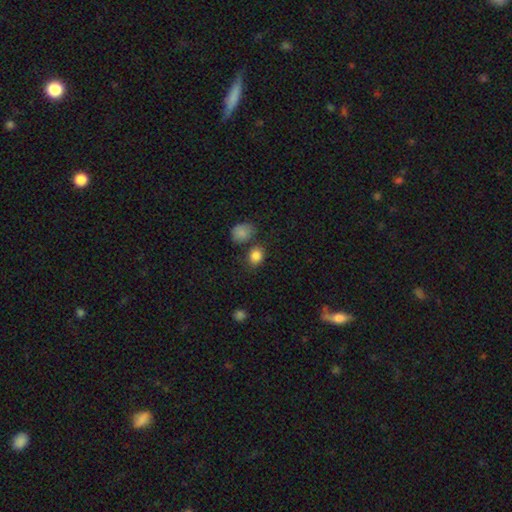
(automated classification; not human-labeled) Overall: smooth (85%). How rounded: round (59%; in between 40%). Merging: none (70%).